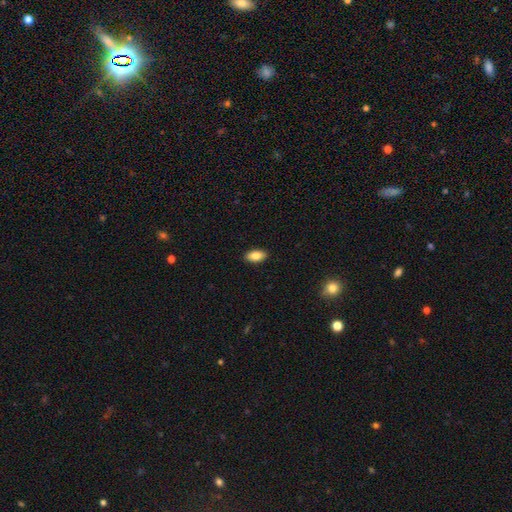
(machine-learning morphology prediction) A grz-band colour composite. It shows a smooth galaxy with no disk features (85%) that is in between round and cigar-shaped (92%). Merging: none (90%).